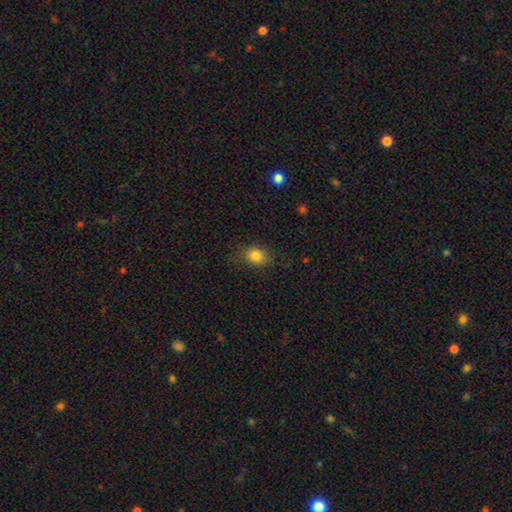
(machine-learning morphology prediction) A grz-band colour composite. It shows a smooth galaxy with no disk features (82%) that is in between round and cigar-shaped (51%). Merging: none (78%).